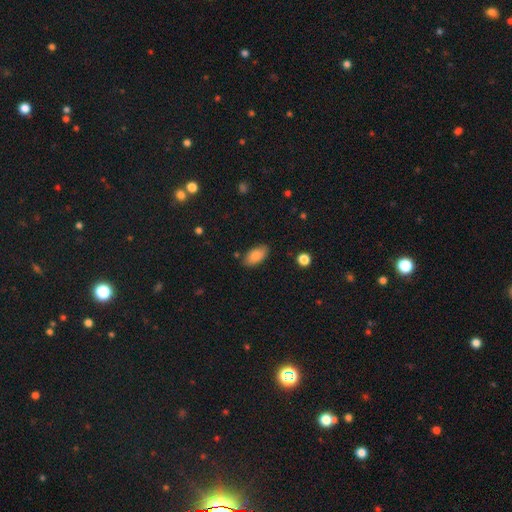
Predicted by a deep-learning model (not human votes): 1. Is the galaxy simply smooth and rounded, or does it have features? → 85% smooth, 7% featured or disk, 7% star or artifact.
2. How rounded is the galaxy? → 93% in between, 4% cigar-shaped, 3% round.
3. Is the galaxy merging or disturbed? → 81% none, 14% minor disturbance, 3% major disturbance, 2% merger.